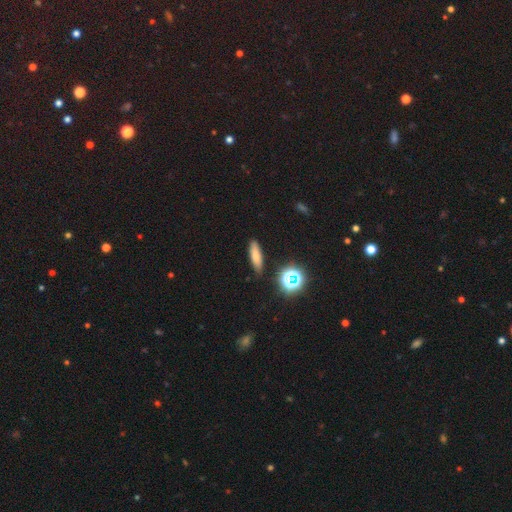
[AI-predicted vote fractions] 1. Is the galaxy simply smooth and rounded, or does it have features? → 71% smooth, 16% star or artifact, 13% featured or disk.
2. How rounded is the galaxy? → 58% cigar-shaped, 35% in between, 7% round.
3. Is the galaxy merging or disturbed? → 85% none, 10% minor disturbance, 3% major disturbance, 2% merger.